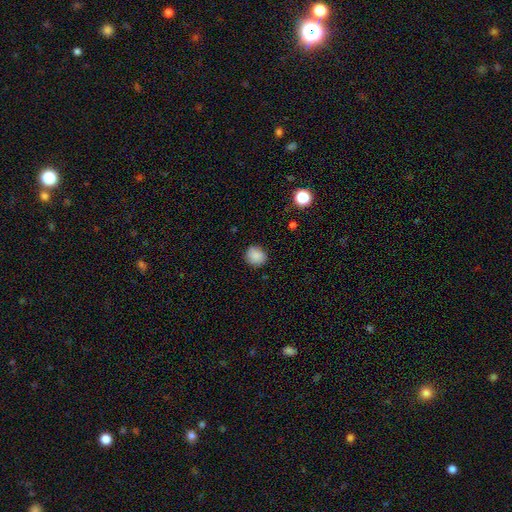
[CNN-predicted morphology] Overall: smooth (86%). How rounded: round (82%). Merging: none (84%).